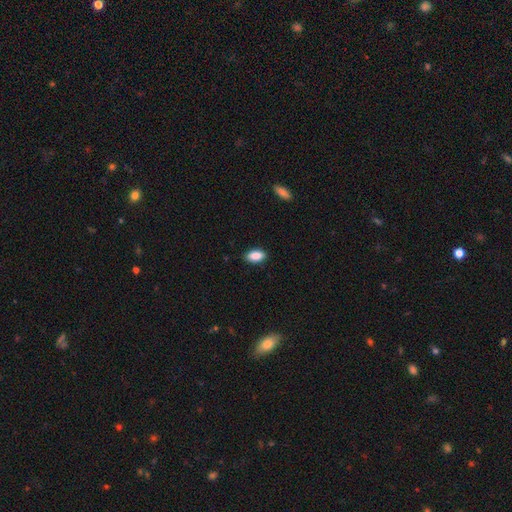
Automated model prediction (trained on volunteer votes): Smooth or featured? smooth (88%)
How rounded? in between (91%)
Merging? none (87%)